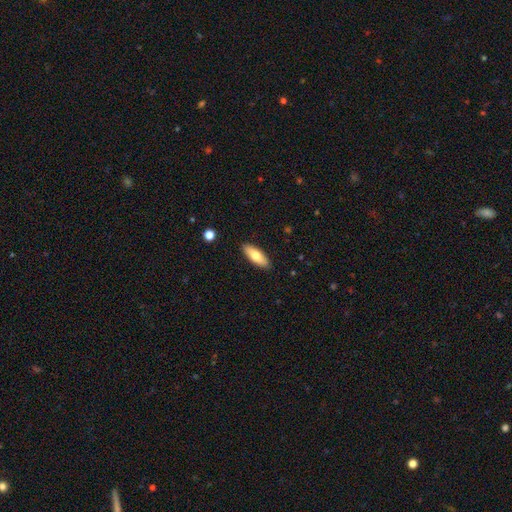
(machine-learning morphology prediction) smooth_or_featured: smooth (p=0.70) [alt: featured or disk p=0.24]
how_rounded: in between (p=0.66) [alt: cigar-shaped p=0.32]
merging: none (p=0.89) [alt: minor disturbance p=0.08]